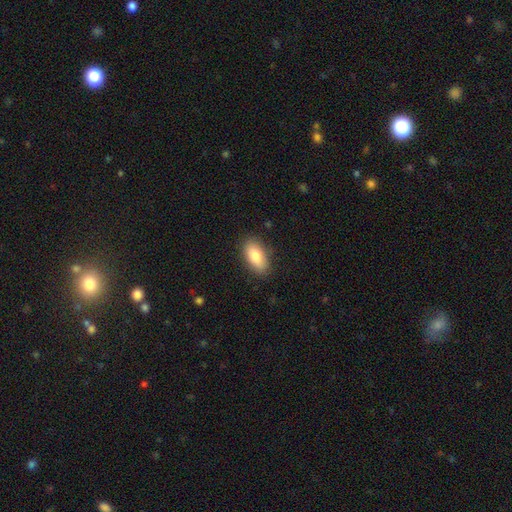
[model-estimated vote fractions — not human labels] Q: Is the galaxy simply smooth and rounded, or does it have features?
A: smooth — 82%.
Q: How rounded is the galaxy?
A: in between — 90%.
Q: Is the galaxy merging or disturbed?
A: none — 86%.